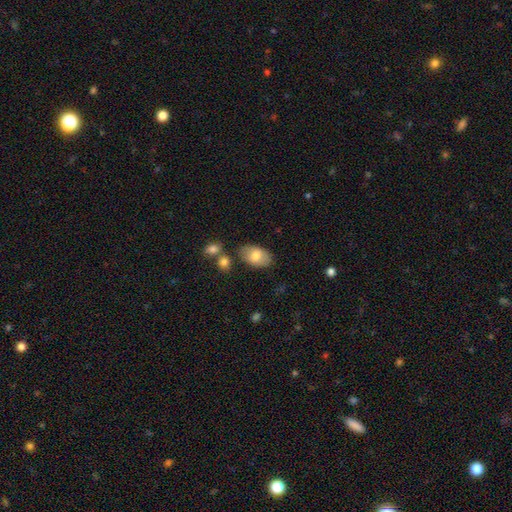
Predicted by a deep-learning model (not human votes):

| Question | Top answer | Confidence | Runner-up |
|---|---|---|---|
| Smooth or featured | smooth | 76% | featured or disk (18%) |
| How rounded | in between | 92% | round (6%) |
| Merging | none | 79% | minor disturbance (13%) |